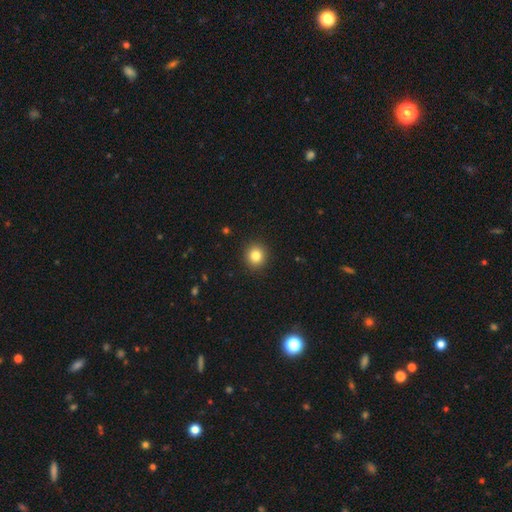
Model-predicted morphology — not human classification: type=smooth (83%); roundness=round (92%); merging=none (92%).